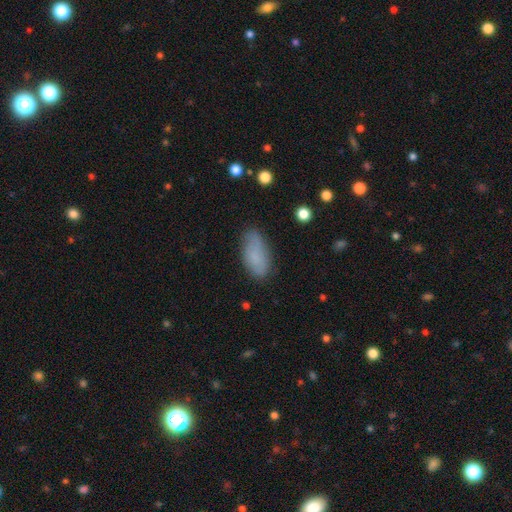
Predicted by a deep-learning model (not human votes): Smooth or featured?
  - smooth: 81% *
  - featured or disk: 11%
  - star or artifact: 8%
How rounded?
  - in between: 90% *
  - cigar-shaped: 8%
  - round: 3%
Merging?
  - none: 75% *
  - minor disturbance: 19%
  - major disturbance: 5%
  - merger: 2%